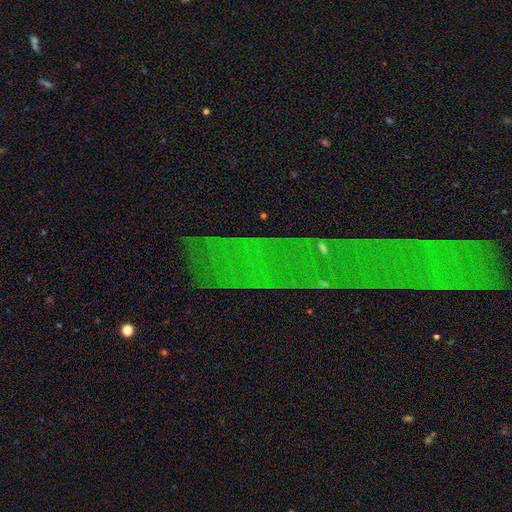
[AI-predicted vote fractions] Smooth or featured? star or artifact (70%)